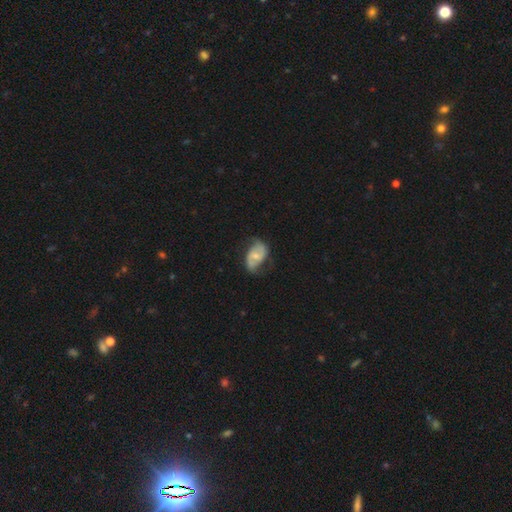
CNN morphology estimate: Overall: featured or disk (62%; smooth 32%). Edge-on disk: no (96%). Bar: no (49%; weak 39%). Spiral arms: yes (84%). Bulge size: small (49%; moderate 42%). Merging: none (59%; minor disturbance 27%).